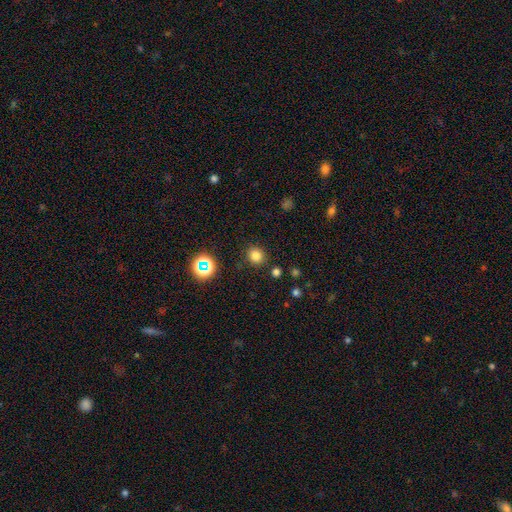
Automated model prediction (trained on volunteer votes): Smooth or featured: smooth — 78% (star or artifact — 17%)
How rounded: round — 87% (in between — 12%)
Merging: none — 87% (minor disturbance — 8%)